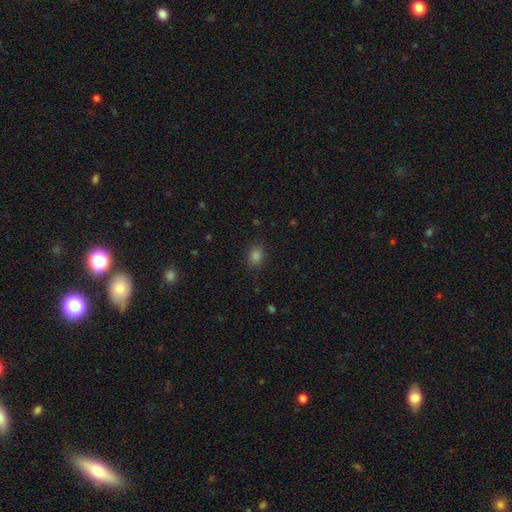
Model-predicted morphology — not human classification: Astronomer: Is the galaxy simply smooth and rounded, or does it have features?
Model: smooth — 80%.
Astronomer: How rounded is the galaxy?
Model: in between — 56% (runner-up: round, 42%).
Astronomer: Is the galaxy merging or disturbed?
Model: none — 85%.